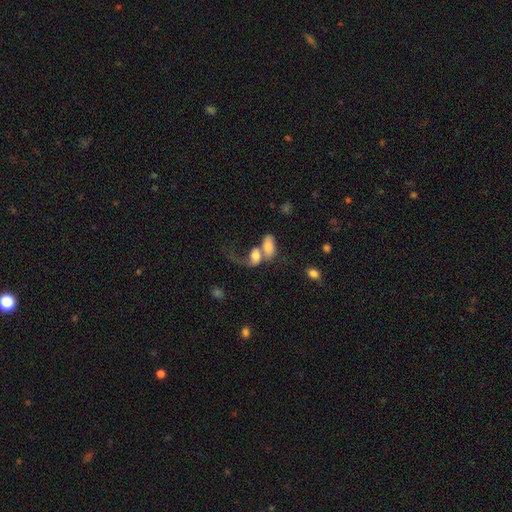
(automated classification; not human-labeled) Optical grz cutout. It shows a smooth galaxy with no disk features (62%) that is in between round and cigar-shaped (81%). Merging: merger (67%).